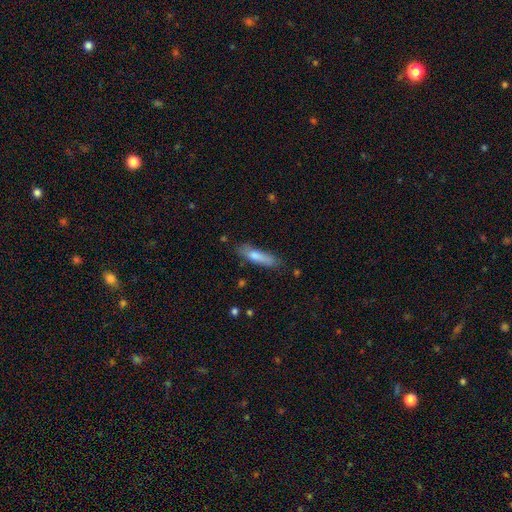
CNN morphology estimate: smooth_or_featured: smooth (p=0.71) [alt: featured or disk p=0.23]
how_rounded: cigar-shaped (p=0.75) [alt: in between p=0.23]
merging: none (p=0.70) [alt: minor disturbance p=0.22]